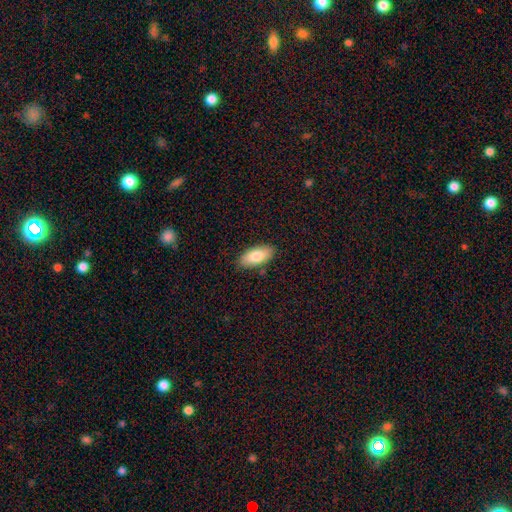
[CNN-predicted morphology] This appears to be a smooth galaxy with no disk features (81%) that is in between round and cigar-shaped (89%). Merging: none (87%).